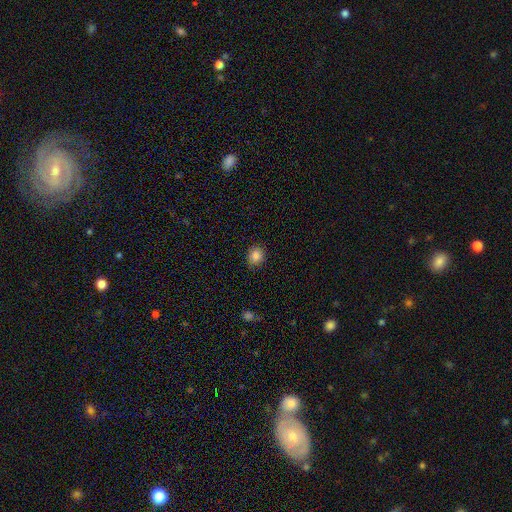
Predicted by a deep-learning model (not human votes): This appears to be a smooth galaxy with no disk features (85%) that is round (74%). Merging: none (87%).